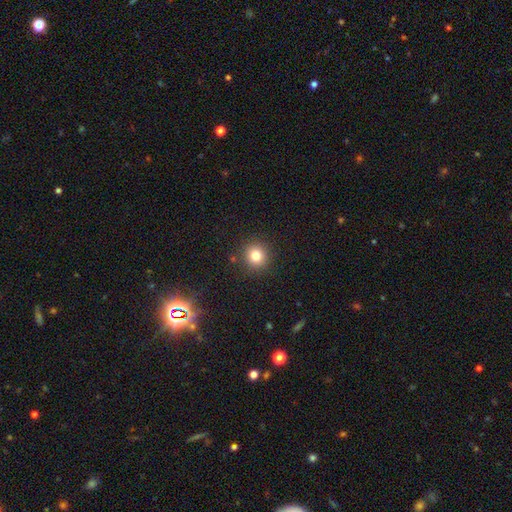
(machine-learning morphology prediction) The model was most divided on "smooth or featured": smooth: 80%, star or artifact: 13%, featured or disk: 7%. More confident: how rounded — round (93%); merging — none (90%).